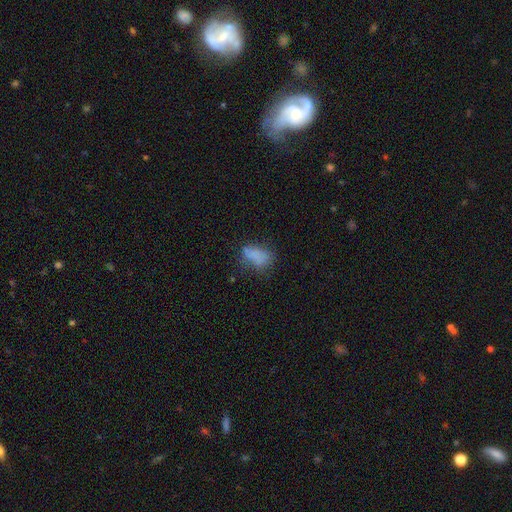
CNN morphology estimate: This appears to be a smooth galaxy with no disk features (71%) that is in between round and cigar-shaped (84%). Merging: none (47%).